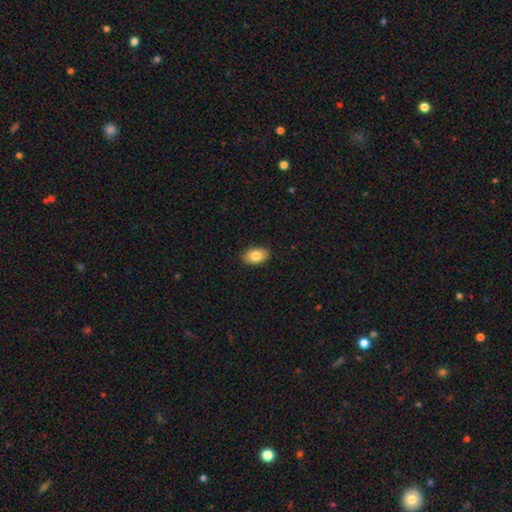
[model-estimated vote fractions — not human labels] smooth-or-featured: smooth: 83% | featured or disk: 10% | star or artifact: 7%
  how-rounded: in between: 90% | round: 8% | cigar-shaped: 1%
  merging: none: 89% | minor disturbance: 9% | major disturbance: 2% | merger: 1%